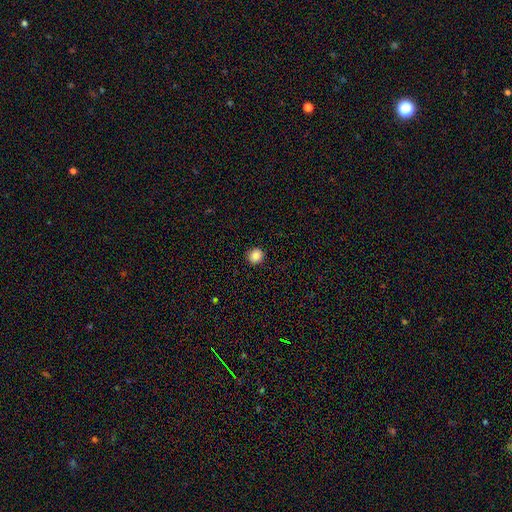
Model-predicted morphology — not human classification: Smooth or featured? smooth (86%)
How rounded? round (91%)
Merging? none (92%)